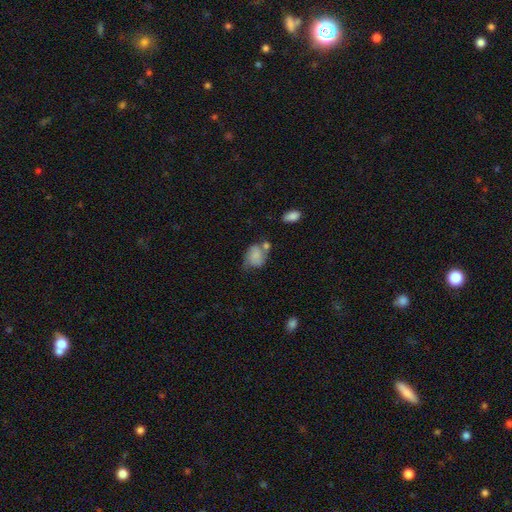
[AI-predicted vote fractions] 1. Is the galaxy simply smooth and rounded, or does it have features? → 66% smooth, 25% featured or disk, 9% star or artifact.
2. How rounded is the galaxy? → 58% in between, 41% round, 1% cigar-shaped.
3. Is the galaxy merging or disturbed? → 37% none, 28% minor disturbance, 22% merger, 13% major disturbance.